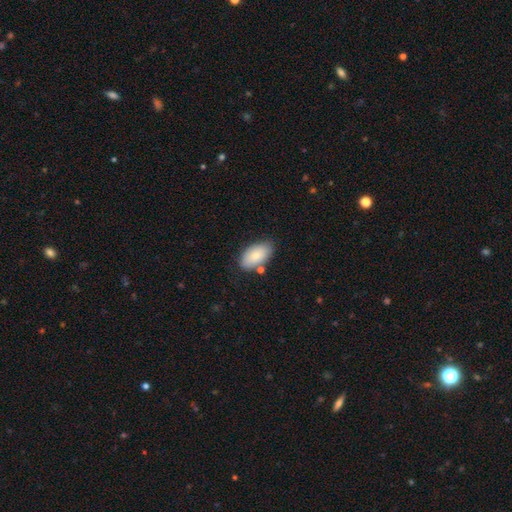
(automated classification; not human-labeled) A smooth galaxy with no disk features (83%) that is in between round and cigar-shaped (94%). Merging: none (74%).